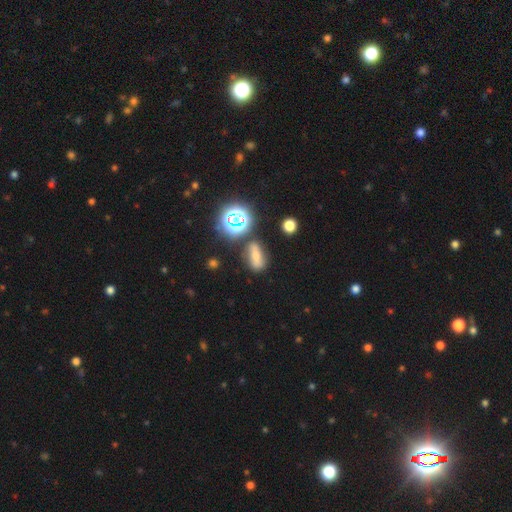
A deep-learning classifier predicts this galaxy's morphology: Smooth or featured?
  - smooth: 52% *
  - star or artifact: 28%
  - featured or disk: 21%
How rounded?
  - in between: 61% *
  - round: 24%
  - cigar-shaped: 15%
Merging?
  - none: 68% *
  - minor disturbance: 17%
  - merger: 9%
  - major disturbance: 6%